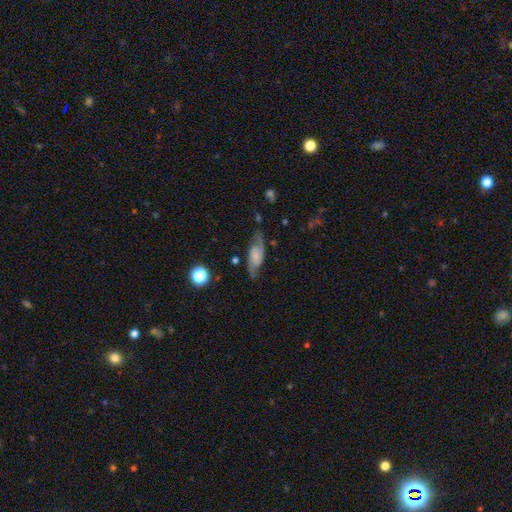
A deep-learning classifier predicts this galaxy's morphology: featured or disk 60%, smooth 31%, star or artifact 8%. Down the decision tree: edge-on disk — no (87%); bar — no (51%); spiral arms — yes (90%); bulge size — none (44%); merging — none (70%).